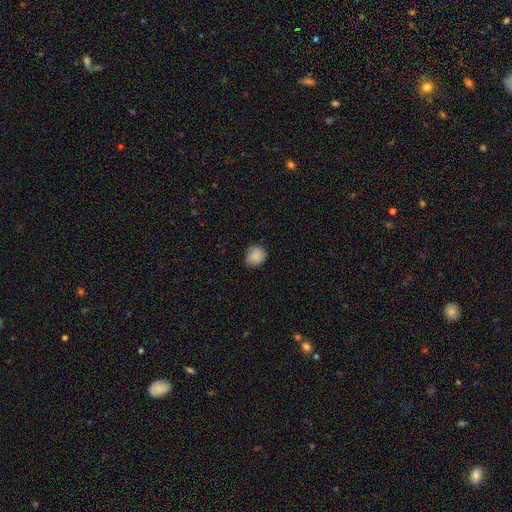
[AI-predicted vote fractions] Smooth or featured? Predicted: smooth (p=0.84). How rounded? Predicted: round (p=0.80). Merging? Predicted: none (p=0.75).